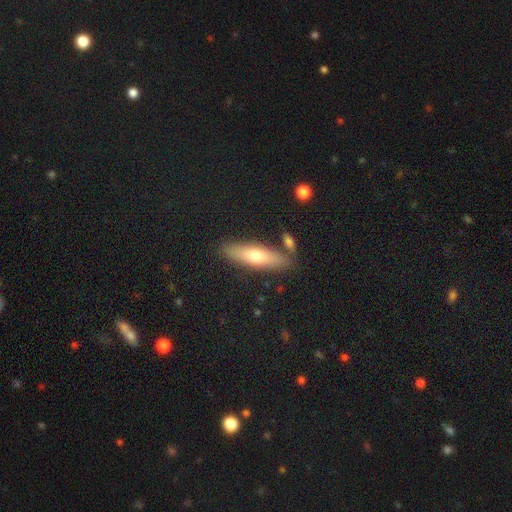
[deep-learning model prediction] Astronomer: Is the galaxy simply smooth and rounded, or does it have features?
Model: smooth — 63%.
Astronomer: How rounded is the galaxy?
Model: cigar-shaped — 65%.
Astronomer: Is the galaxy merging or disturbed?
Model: none — 80%.